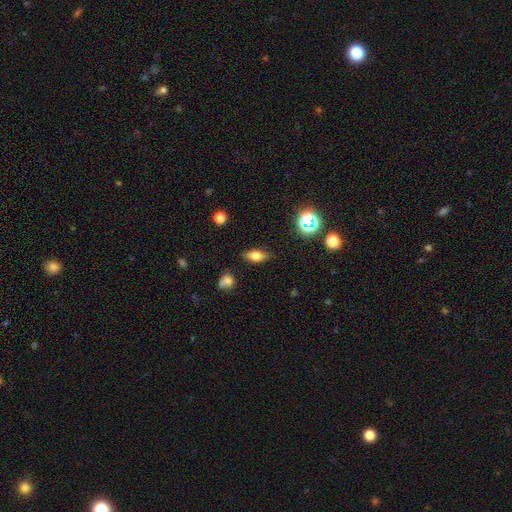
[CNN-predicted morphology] Smooth or featured? Predicted: smooth (p=0.74). How rounded? Predicted: in between (p=0.81). Merging? Predicted: none (p=0.84).